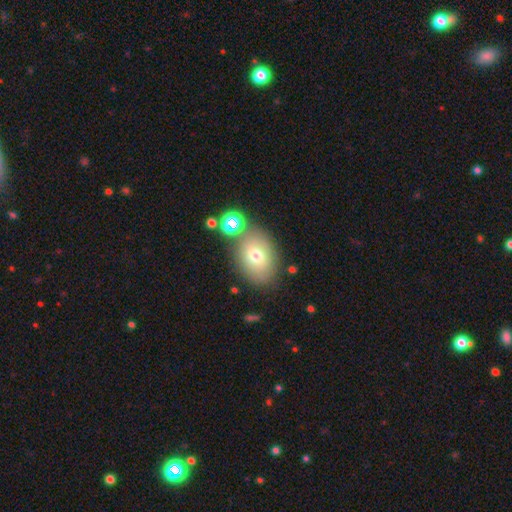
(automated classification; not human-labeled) smooth_or_featured: smooth (p=0.70) [alt: featured or disk p=0.18]
how_rounded: in between (p=0.70) [alt: round p=0.29]
merging: none (p=0.73) [alt: minor disturbance p=0.13]